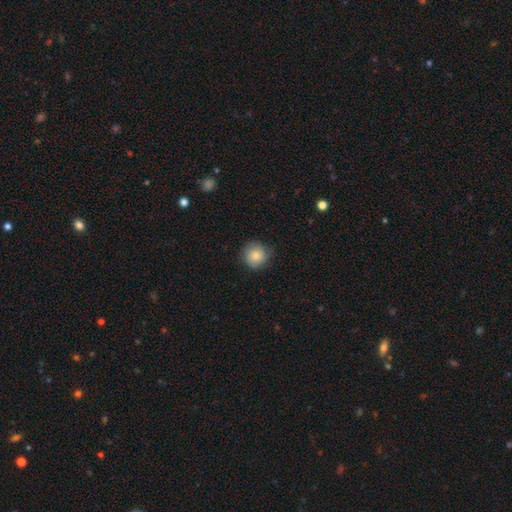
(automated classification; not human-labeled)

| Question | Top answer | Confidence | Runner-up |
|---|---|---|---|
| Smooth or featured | smooth | 83% | featured or disk (9%) |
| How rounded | round | 93% | in between (6%) |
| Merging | none | 80% | minor disturbance (15%) |